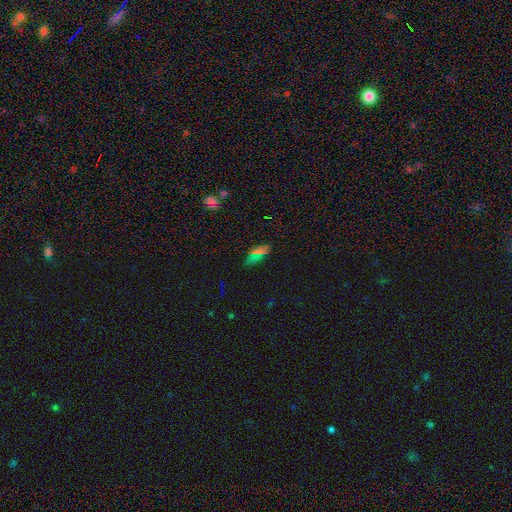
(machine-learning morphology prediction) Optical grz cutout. It shows a smooth galaxy with no disk features (58%) that is in between round and cigar-shaped (80%). Merging: none (77%).